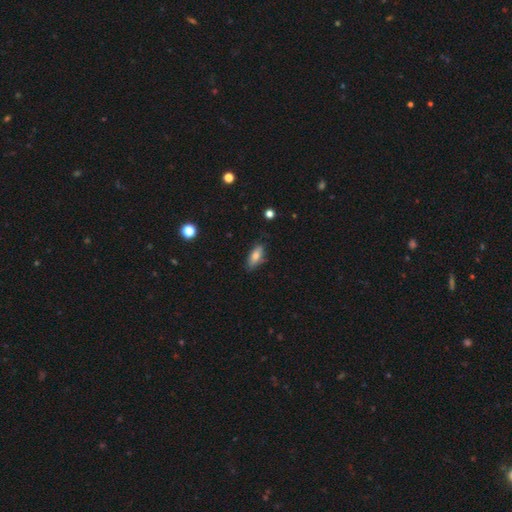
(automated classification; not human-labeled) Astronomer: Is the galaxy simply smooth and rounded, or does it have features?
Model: smooth — 75%.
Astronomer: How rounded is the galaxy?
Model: in between — 76%.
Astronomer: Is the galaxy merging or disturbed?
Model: none — 75%.